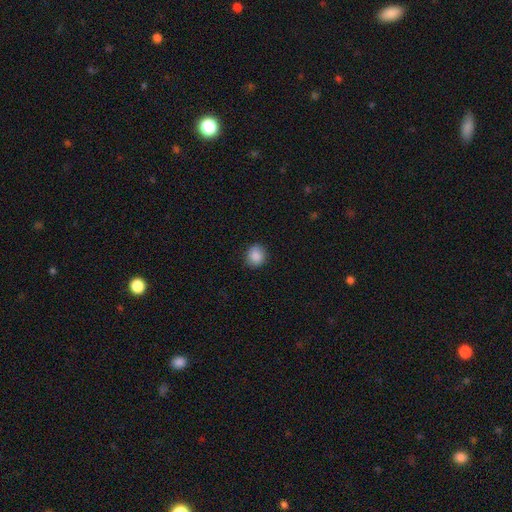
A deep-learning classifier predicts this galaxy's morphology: Smooth or featured? Predicted: smooth (p=0.87). How rounded? Predicted: round (p=0.81). Merging? Predicted: none (p=0.86).